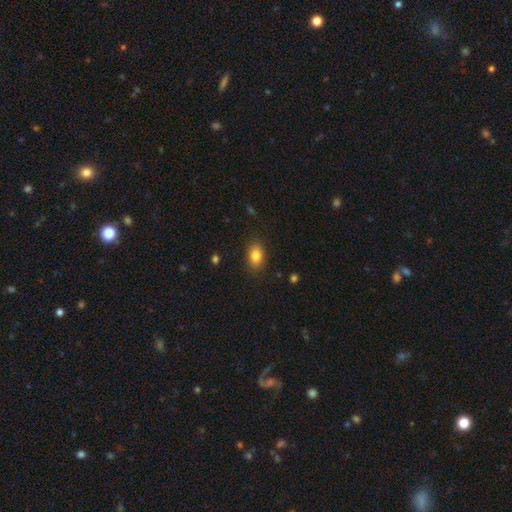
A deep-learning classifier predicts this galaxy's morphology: The model was most divided on "how rounded": in between: 82%, round: 17%, cigar-shaped: 2%. More confident: merging — none (86%); smooth or featured — smooth (84%).